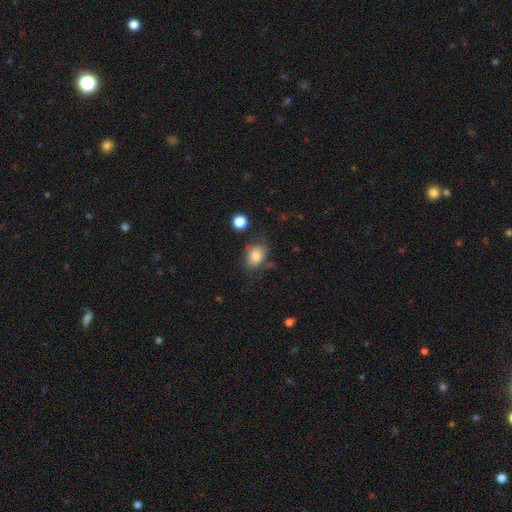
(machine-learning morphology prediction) Overall: smooth (79%). How rounded: in between (69%; round 30%). Merging: none (61%; minor disturbance 24%).